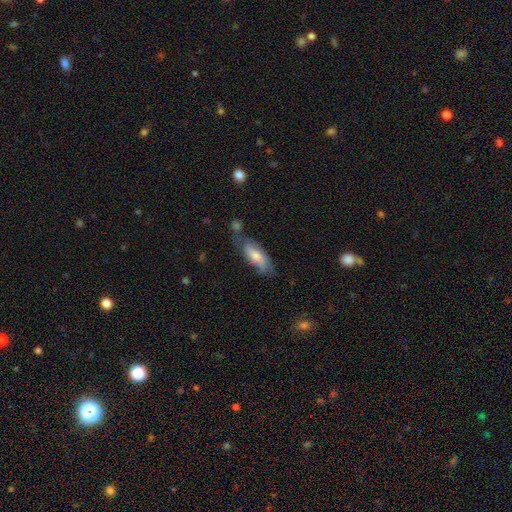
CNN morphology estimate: smooth 51%, featured or disk 42%, star or artifact 7%. Down the decision tree: how rounded — in between (65%); merging — none (57%).